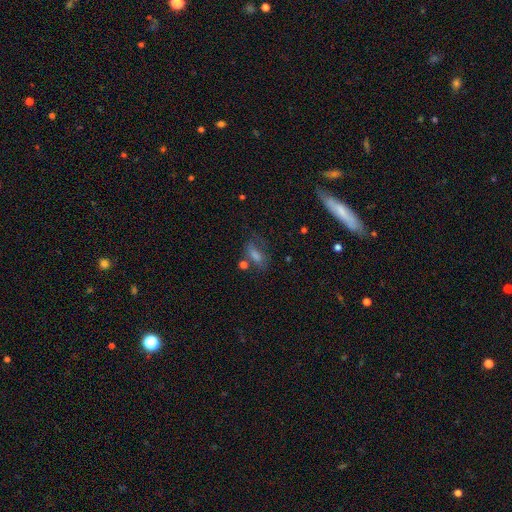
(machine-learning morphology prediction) A smooth galaxy with no disk features (54%) that is in between round and cigar-shaped (71%).

Vote fractions:
- Smooth or featured? smooth: 54% / featured or disk: 26% / star or artifact: 20%
- How rounded? in between: 71% / cigar-shaped: 17% / round: 12%
- Merging? none: 55% / minor disturbance: 22% / major disturbance: 15% / merger: 8%